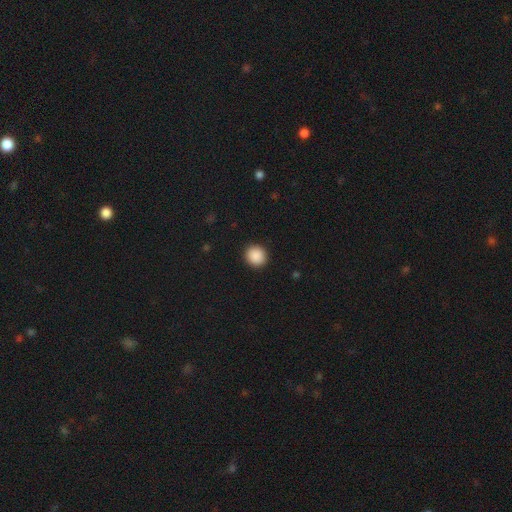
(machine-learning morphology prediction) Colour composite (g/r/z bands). It shows a smooth galaxy with no disk features (89%) that is round (91%). Merging: none (92%).